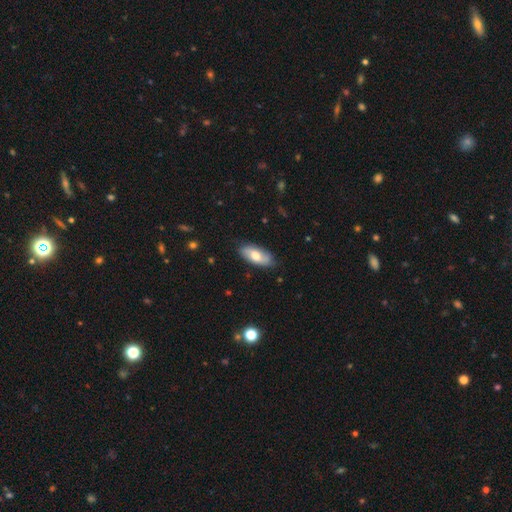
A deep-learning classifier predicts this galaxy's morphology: This is possibly a smooth galaxy (58%). How rounded: clearly in between (85%). Merging: clearly none (84%).